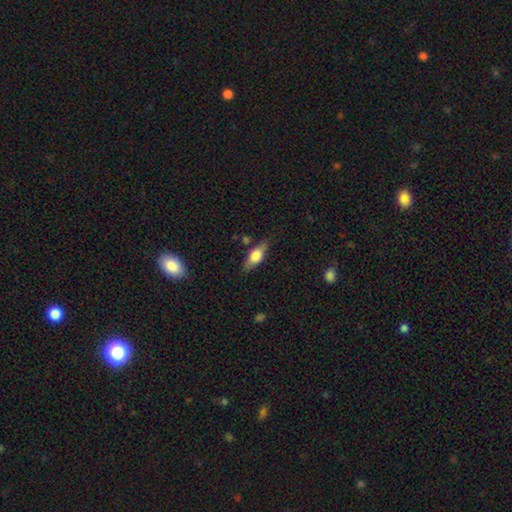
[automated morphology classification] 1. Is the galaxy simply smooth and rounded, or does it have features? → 60% smooth, 32% featured or disk, 7% star or artifact.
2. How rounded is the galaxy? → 70% in between, 25% cigar-shaped, 5% round.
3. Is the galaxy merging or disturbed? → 76% none, 17% minor disturbance, 4% major disturbance, 3% merger.